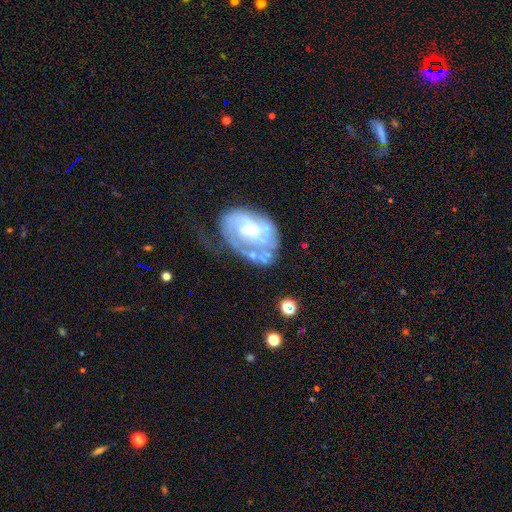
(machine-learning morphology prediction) This appears to be a featured or disk galaxy (79%) with no bar (59%), tight (49%) spiral arms (77%) and a small central bulge (61%). Merging: none (41%).